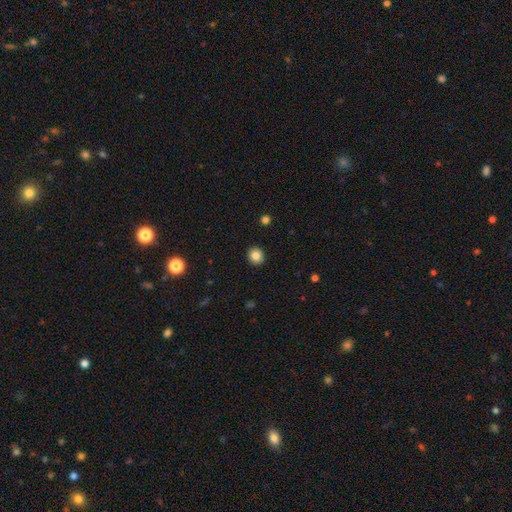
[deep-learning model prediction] The model was most divided on "smooth or featured": smooth: 84%, star or artifact: 10%, featured or disk: 6%. More confident: merging — none (93%); how rounded — round (88%).